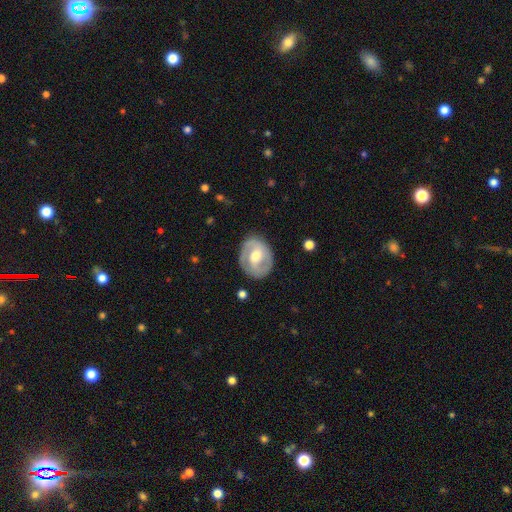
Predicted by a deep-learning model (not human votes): A featured or disk galaxy (71%) with a weak bar (44%), 2 (78%) tight (43%) spiral arms (75%) and a moderate central bulge (67%). Merging: none (81%).